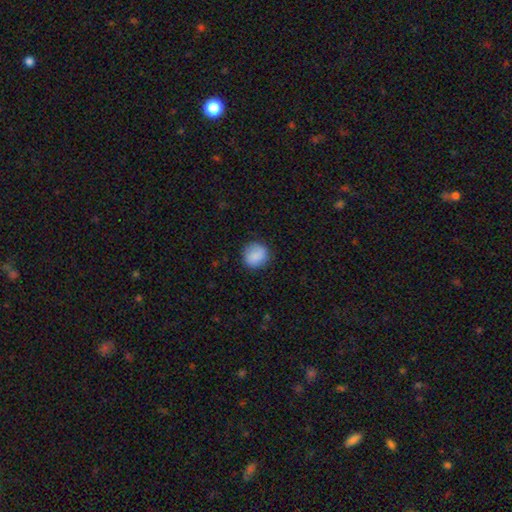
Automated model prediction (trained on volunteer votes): The model was most divided on "how rounded": round: 86%, in between: 13%, cigar-shaped: 1%. More confident: smooth or featured — smooth (87%); merging — none (85%).